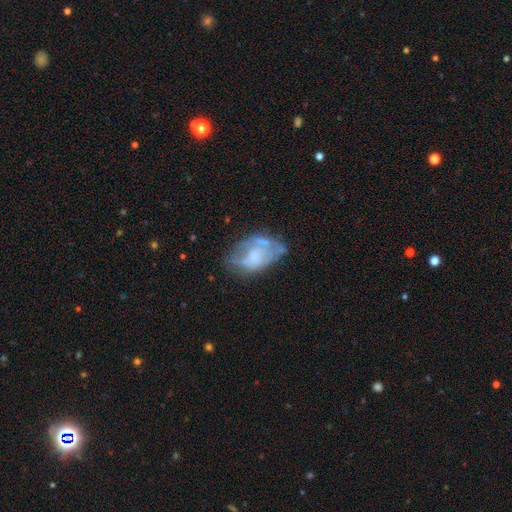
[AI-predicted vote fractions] A featured or disk galaxy (56%) with no bar (82%), no spiral arms (72%) and no central bulge (48%).

Vote fractions:
- Smooth or featured? featured or disk: 56% / smooth: 35% / star or artifact: 9%
- Edge-on disk? no: 96% / yes: 4%
- Bar? no: 82% / weak: 14% / strong: 4%
- Spiral arms? no: 72% / yes: 28%
- Bulge size? none: 48% / moderate: 21% / small: 16% / large: 13% / dominant: 2%
- Merging? none: 43% / minor disturbance: 28% / major disturbance: 22% / merger: 6%